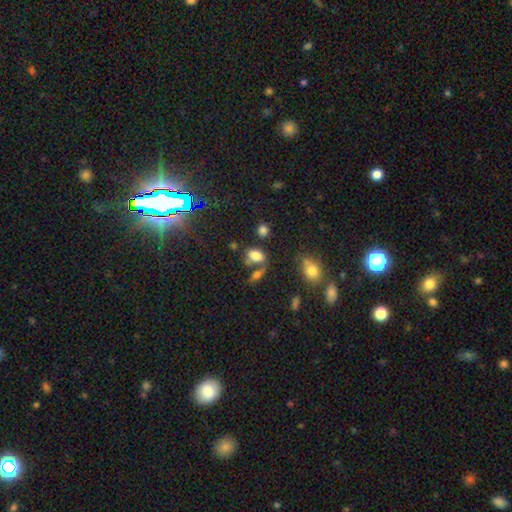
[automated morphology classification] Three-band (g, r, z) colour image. It shows a smooth galaxy with no disk features (78%) that is in between round and cigar-shaped (84%). Merging: none (50%).